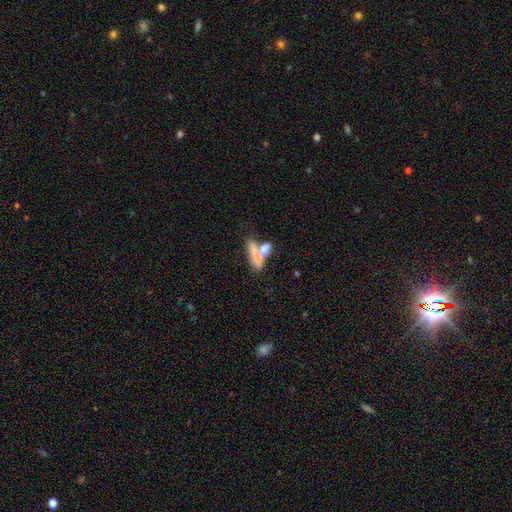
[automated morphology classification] Overall: smooth (65%; featured or disk 26%). How rounded: in between (62%; cigar-shaped 31%). Merging: merger (58%; none 22%).